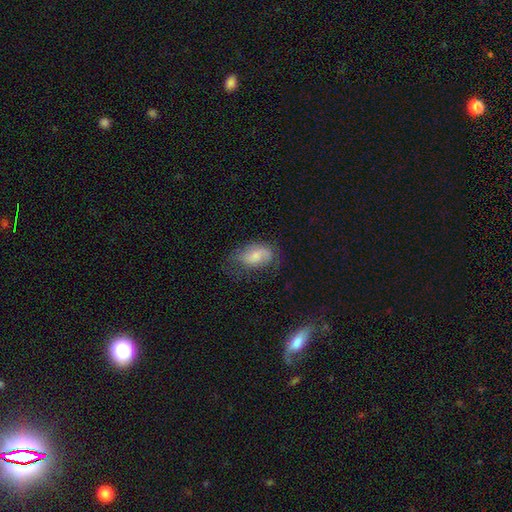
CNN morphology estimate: A smooth galaxy with no disk features (59%) that is in between round and cigar-shaped (89%).

Vote fractions:
- Smooth or featured? smooth: 59% / featured or disk: 32% / star or artifact: 9%
- How rounded? in between: 89% / round: 9% / cigar-shaped: 2%
- Merging? none: 50% / minor disturbance: 31% / major disturbance: 17% / merger: 2%